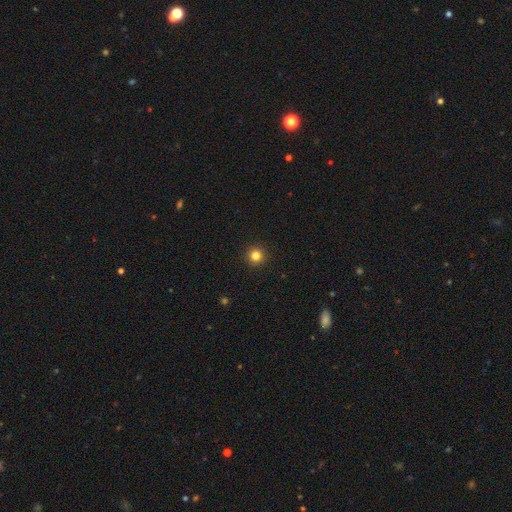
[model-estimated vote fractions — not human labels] Morphology: type=smooth (82%); roundness=round (96%); merging=none (94%).